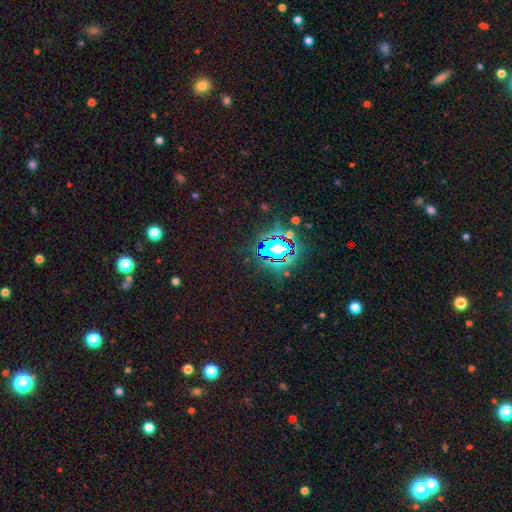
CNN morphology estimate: Smooth or featured? star or artifact (84%)